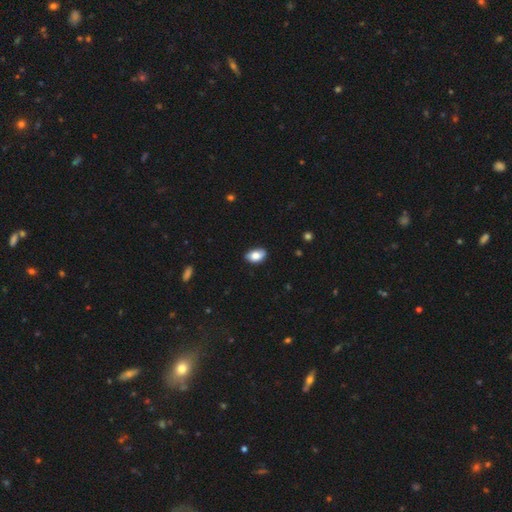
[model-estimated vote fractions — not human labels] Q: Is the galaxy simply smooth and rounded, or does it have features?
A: smooth — 82%.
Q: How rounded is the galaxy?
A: in between — 91%.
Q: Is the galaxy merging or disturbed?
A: none — 78%.